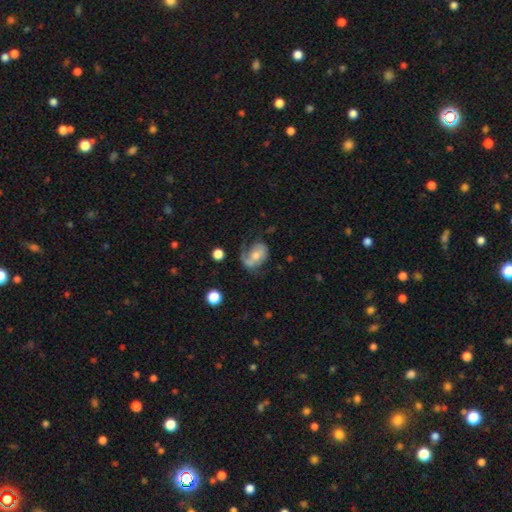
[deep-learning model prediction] Q: Smooth or featured?
A: featured or disk (60%); runner-up: smooth (33%)
Q: Edge-on disk?
A: no (96%); runner-up: yes (4%)
Q: Bar?
A: no (64%); runner-up: weak (28%)
Q: Spiral arms?
A: yes (82%); runner-up: no (18%)
Q: Bulge size?
A: moderate (53%); runner-up: small (36%)
Q: Merging?
A: none (38%); runner-up: major disturbance (32%)